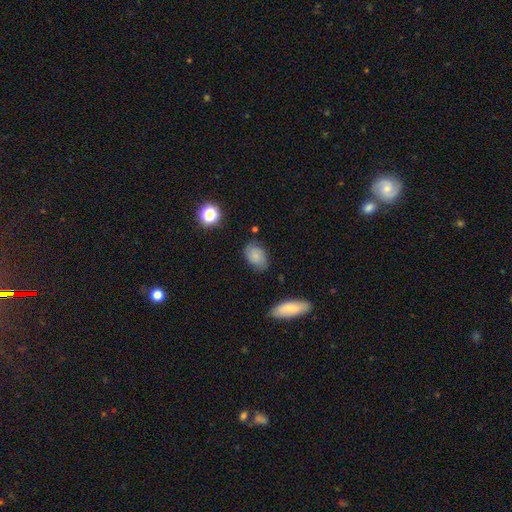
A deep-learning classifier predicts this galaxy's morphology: smooth_or_featured: smooth (p=0.67) [alt: featured or disk p=0.22]
how_rounded: in between (p=0.86) [alt: round p=0.13]
merging: none (p=0.74) [alt: minor disturbance p=0.19]